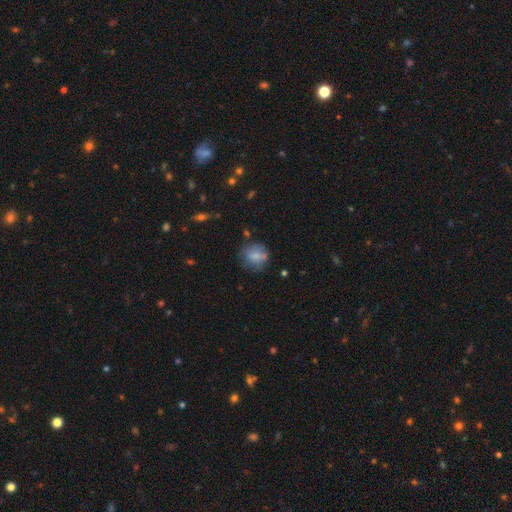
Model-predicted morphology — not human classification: smooth 75%, featured or disk 16%, star or artifact 10%. Down the decision tree: how rounded — round (78%); merging — none (65%).